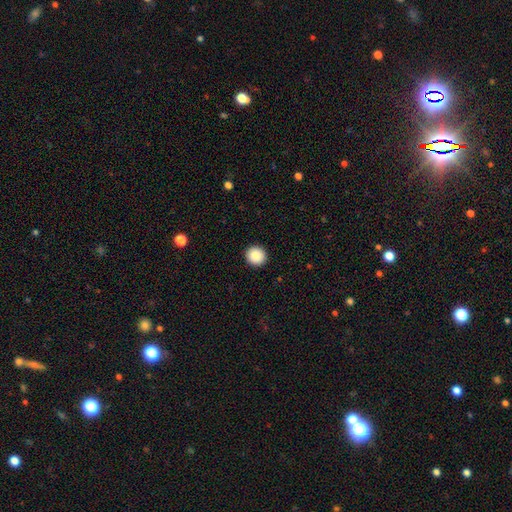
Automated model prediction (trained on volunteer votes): Overall: smooth (87%). How rounded: round (93%). Merging: none (93%).